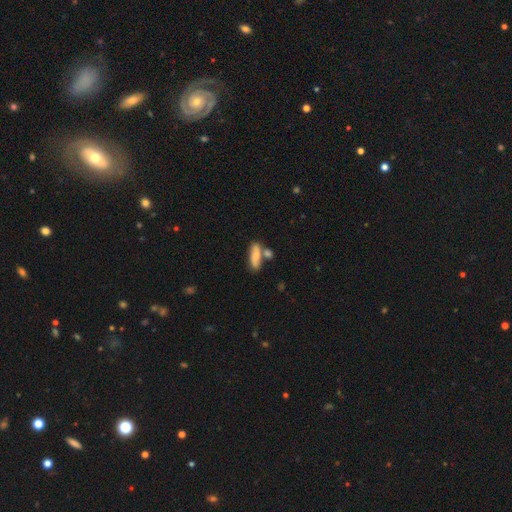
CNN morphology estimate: Q: Smooth or featured?
A: smooth (75%); runner-up: featured or disk (17%)
Q: How rounded?
A: in between (61%); runner-up: cigar-shaped (36%)
Q: Merging?
A: none (50%); runner-up: merger (30%)